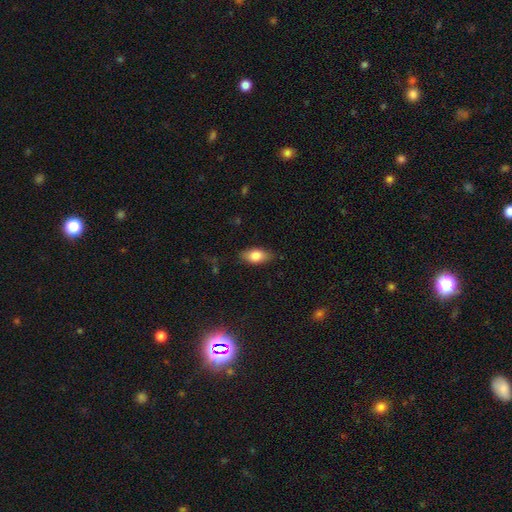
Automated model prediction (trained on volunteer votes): This is likely a smooth galaxy (79%). How rounded: clearly in between (88%). Merging: clearly none (83%).